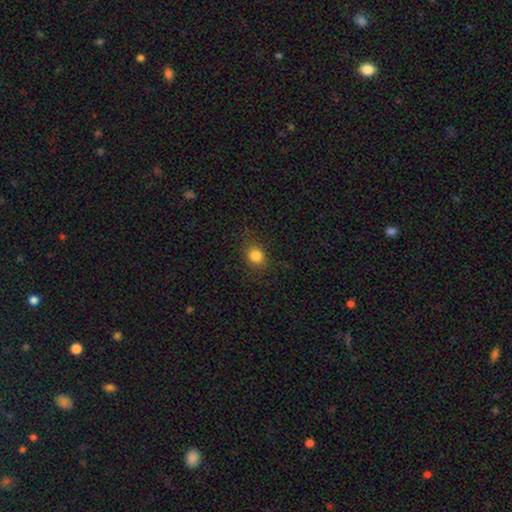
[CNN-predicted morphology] Overall: smooth (83%). How rounded: round (70%). Merging: none (84%).